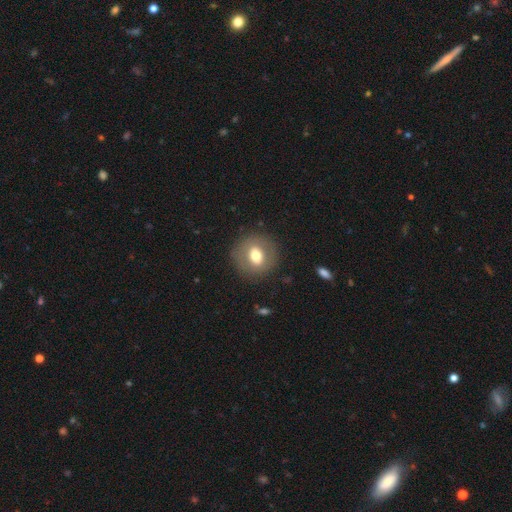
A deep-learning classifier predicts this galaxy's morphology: This appears to be a smooth galaxy with no disk features (64%) that is round (79%). Merging: none (86%).